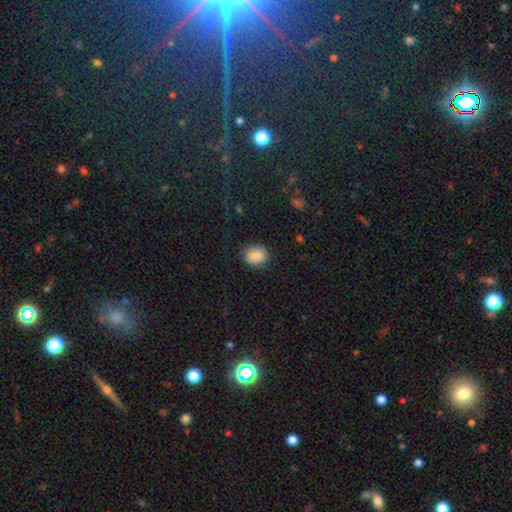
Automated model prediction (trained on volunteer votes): Smooth or featured? smooth (85%)
How rounded? round (50%)
Merging? none (79%)